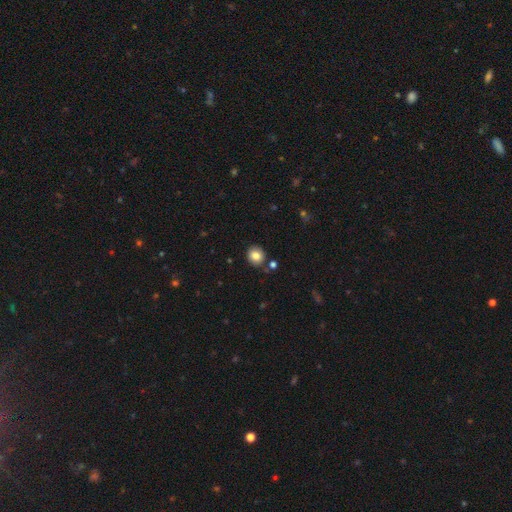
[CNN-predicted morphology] A smooth galaxy with no disk features (84%) that is round (82%).

Vote fractions:
- Smooth or featured? smooth: 84% / star or artifact: 10% / featured or disk: 7%
- How rounded? round: 82% / in between: 17% / cigar-shaped: 1%
- Merging? none: 82% / minor disturbance: 10% / merger: 5% / major disturbance: 3%